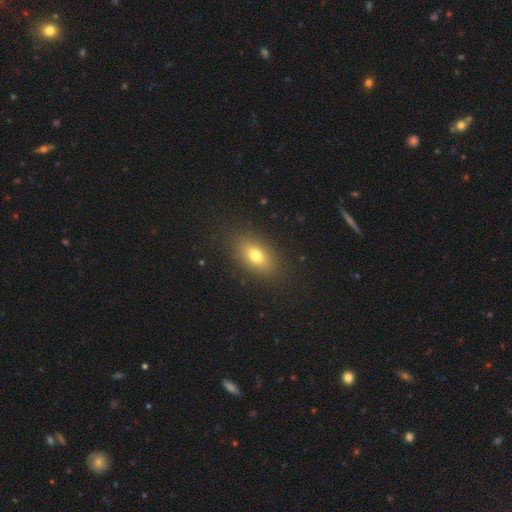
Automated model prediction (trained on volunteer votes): smooth_or_featured: smooth (p=0.75) [alt: featured or disk p=0.14]
how_rounded: in between (p=0.84) [alt: round p=0.11]
merging: none (p=0.86) [alt: minor disturbance p=0.09]